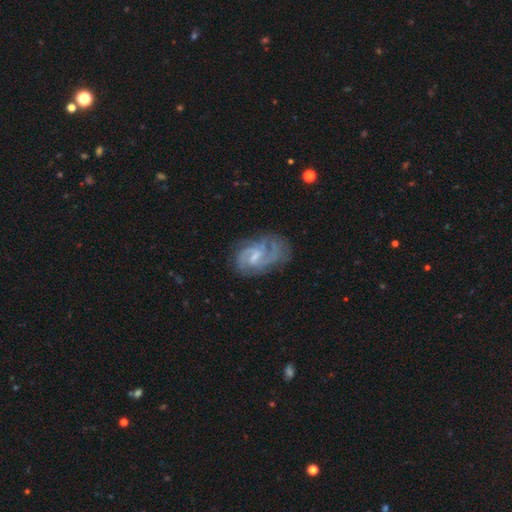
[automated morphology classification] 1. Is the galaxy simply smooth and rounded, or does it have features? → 85% featured or disk, 9% smooth, 6% star or artifact.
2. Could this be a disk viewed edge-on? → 98% no, 2% yes.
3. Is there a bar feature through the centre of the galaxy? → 59% weak, 27% no, 14% strong.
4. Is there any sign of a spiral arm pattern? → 95% yes, 5% no.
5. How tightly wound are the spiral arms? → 47% medium, 39% tight, 13% loose.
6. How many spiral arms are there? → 46% 2, 22% 3, 18% can't tell, 5% 4, 5% 1, 4% more than 4.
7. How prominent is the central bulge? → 49% small, 30% moderate, 18% none, 2% large, 1% dominant.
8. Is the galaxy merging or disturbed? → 63% none, 21% minor disturbance, 13% major disturbance, 2% merger.